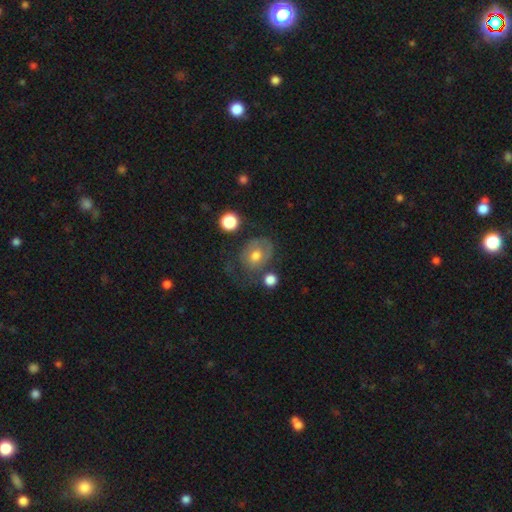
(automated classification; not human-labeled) Q: Smooth or featured?
A: smooth (55%); runner-up: featured or disk (36%)
Q: How rounded?
A: in between (54%); runner-up: round (45%)
Q: Merging?
A: none (43%); runner-up: major disturbance (25%)